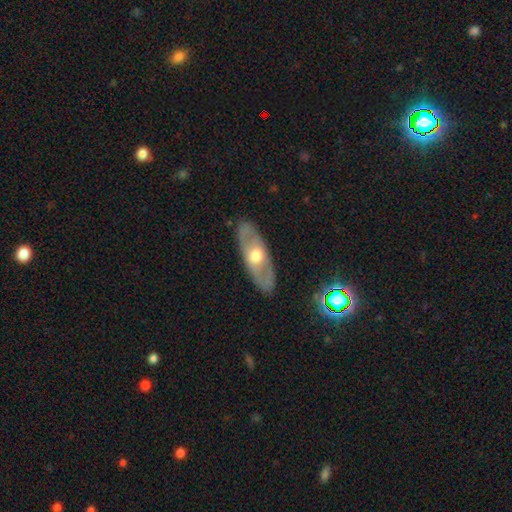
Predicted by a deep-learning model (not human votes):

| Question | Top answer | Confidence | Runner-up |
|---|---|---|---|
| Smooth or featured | featured or disk | 56% | smooth (39%) |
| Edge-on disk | no | 71% | yes (29%) |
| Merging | none | 86% | minor disturbance (10%) |